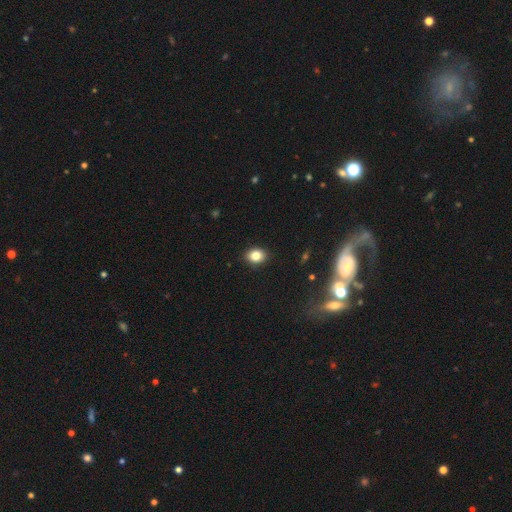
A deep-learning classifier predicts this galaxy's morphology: This appears to be a smooth galaxy with no disk features (83%) that is in between round and cigar-shaped (50%). Merging: none (89%).